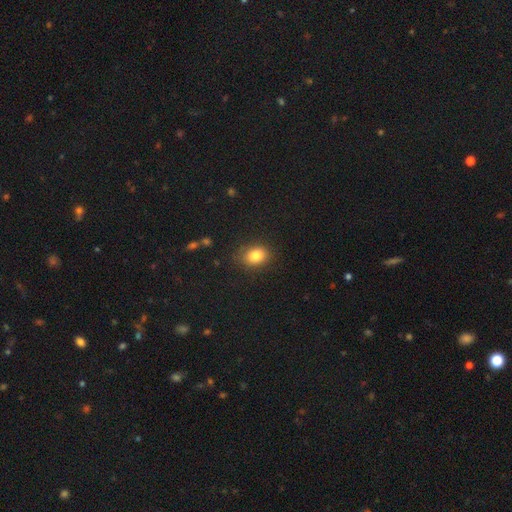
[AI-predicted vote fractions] Smooth or featured: smooth — 82% (star or artifact — 10%)
How rounded: in between — 58% (round — 41%)
Merging: none — 84% (minor disturbance — 12%)